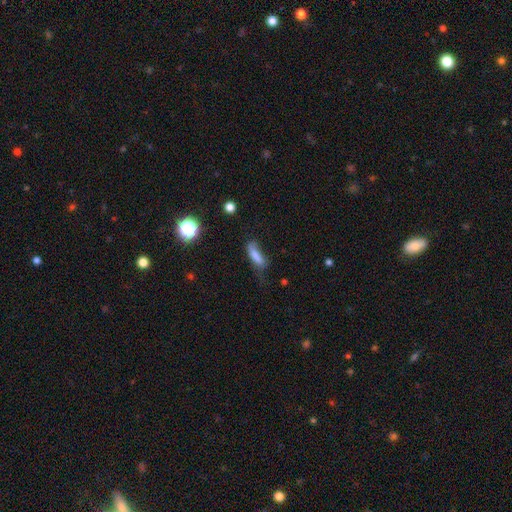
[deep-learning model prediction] The model was most divided on "how rounded": in between: 50%, cigar-shaped: 47%, round: 3%. Remaining: smooth or featured — smooth (73%); merging — none (37%).